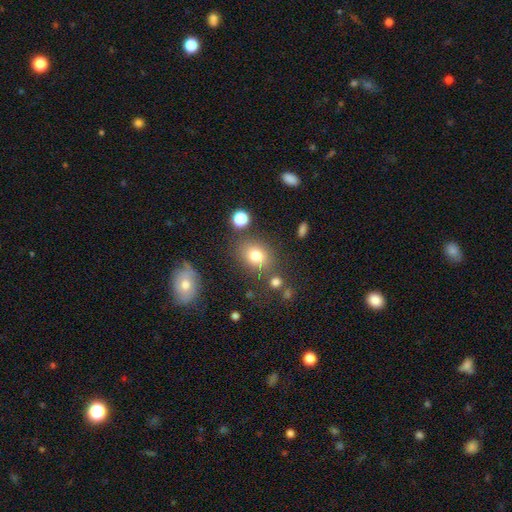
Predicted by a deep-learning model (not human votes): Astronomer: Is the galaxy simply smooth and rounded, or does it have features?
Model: smooth — 76%.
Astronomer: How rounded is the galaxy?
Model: in between — 50% (runner-up: round, 49%).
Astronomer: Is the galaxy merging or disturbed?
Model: none — 74%.